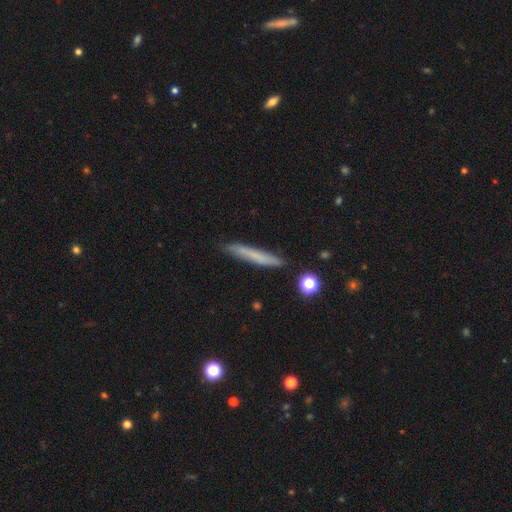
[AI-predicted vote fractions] Smooth or featured? smooth (65%)
How rounded? cigar-shaped (95%)
Merging? none (87%)